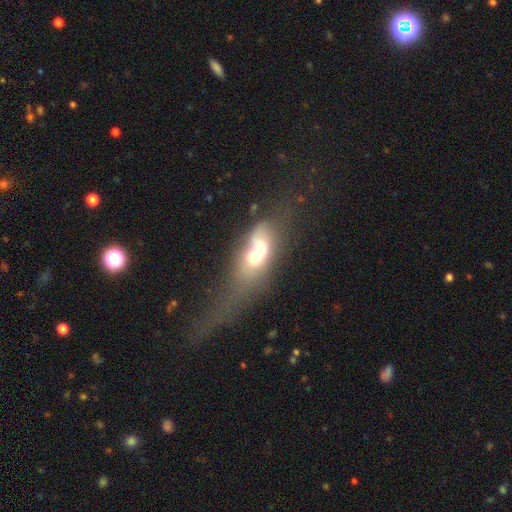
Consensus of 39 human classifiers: Smooth or featured: featured or disk — 51% (smooth — 44%)
Edge-on disk: no — 60% (yes — 40%)
Bar: no — 83% (weak — 17%)
Spiral arms: no — 100%
Bulge size: moderate — 50% (large — 33%)
Merging: merger — 65% (minor disturbance — 14%)